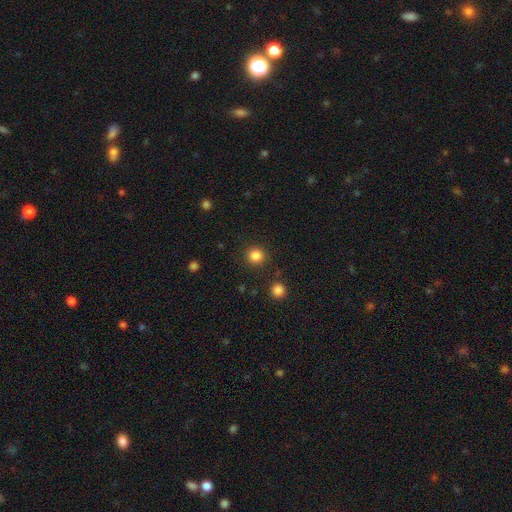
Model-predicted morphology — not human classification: smooth_or_featured: smooth (p=0.85) [alt: star or artifact p=0.12]
how_rounded: round (p=0.93) [alt: in between p=0.06]
merging: none (p=0.90) [alt: minor disturbance p=0.06]